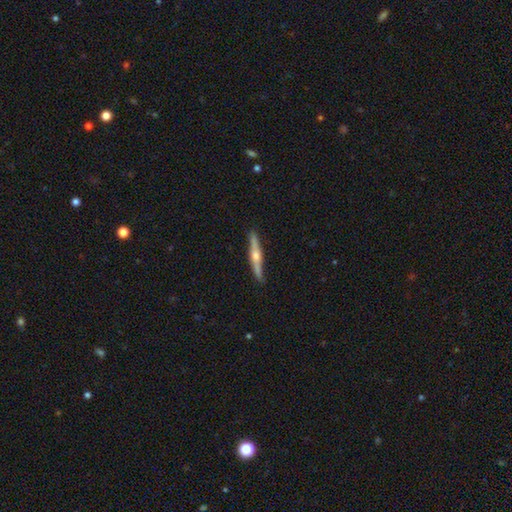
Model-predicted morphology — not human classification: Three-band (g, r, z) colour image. It shows a featured or disk galaxy (74%) viewed edge-on (97%) with a rounded central bulge (91%). Merging: none (90%).